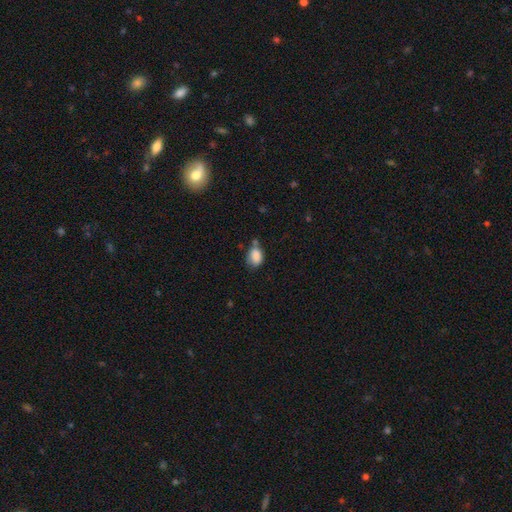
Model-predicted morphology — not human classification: A smooth galaxy with no disk features (84%) that is in between round and cigar-shaped (72%).

Vote fractions:
- Smooth or featured? smooth: 84% / star or artifact: 9% / featured or disk: 7%
- How rounded? in between: 72% / round: 27% / cigar-shaped: 1%
- Merging? none: 44% / minor disturbance: 31% / merger: 15% / major disturbance: 10%